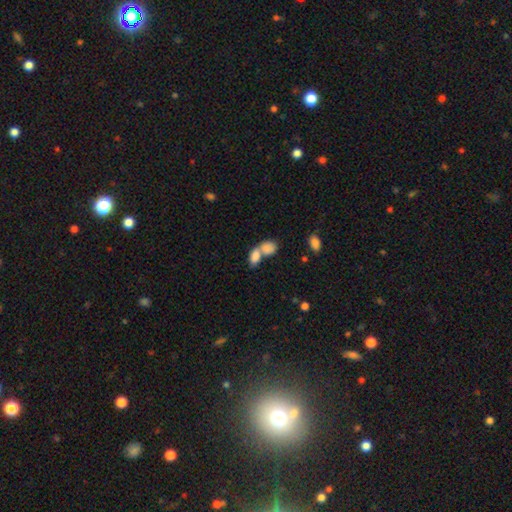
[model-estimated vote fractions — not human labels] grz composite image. It shows a smooth galaxy with no disk features (82%) that is in between round and cigar-shaped (88%). Merging: merger (67%).